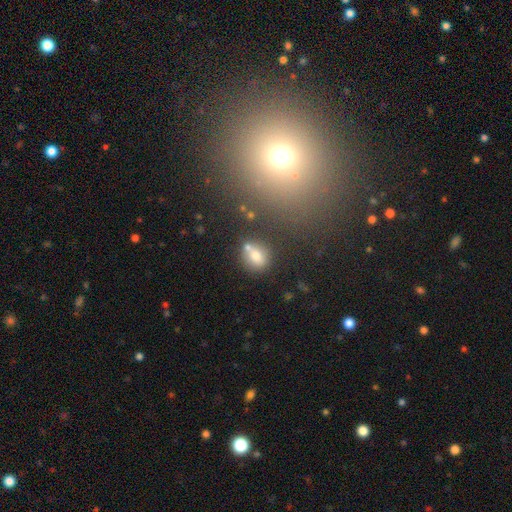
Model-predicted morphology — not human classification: Q: Smooth or featured?
A: smooth (72%); runner-up: featured or disk (16%)
Q: How rounded?
A: round (55%); runner-up: in between (42%)
Q: Merging?
A: none (56%); runner-up: merger (25%)